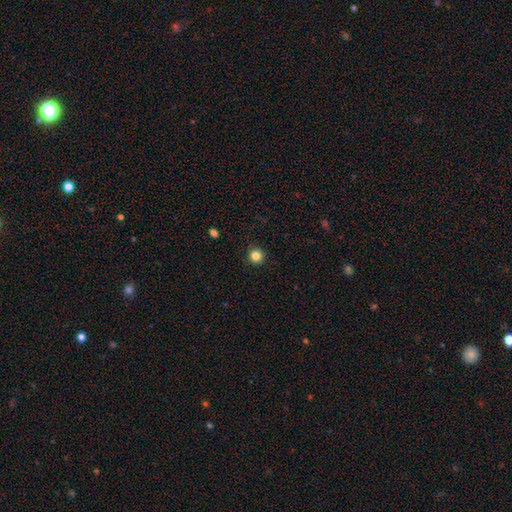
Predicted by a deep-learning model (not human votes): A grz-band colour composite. It shows a smooth galaxy with no disk features (84%) that is round (95%). Merging: none (92%).